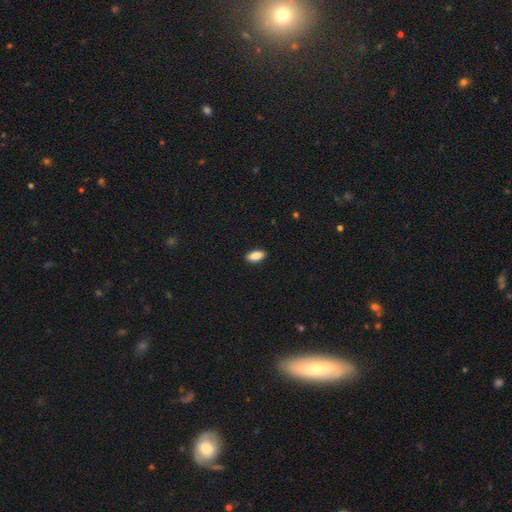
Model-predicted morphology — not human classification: smooth_or_featured: smooth (p=0.85) [alt: featured or disk p=0.08]
how_rounded: in between (p=0.87) [alt: cigar-shaped p=0.11]
merging: none (p=0.91) [alt: minor disturbance p=0.07]